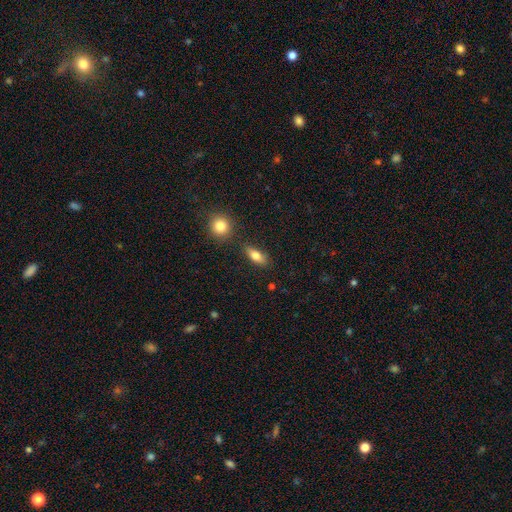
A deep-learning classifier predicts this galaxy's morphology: Q: Smooth or featured?
A: smooth (79%); runner-up: featured or disk (13%)
Q: How rounded?
A: in between (80%); runner-up: cigar-shaped (15%)
Q: Merging?
A: none (79%); runner-up: minor disturbance (12%)